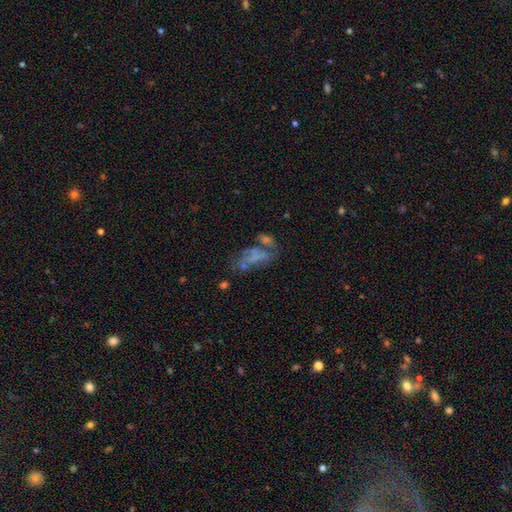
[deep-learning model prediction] smooth-or-featured: featured or disk: 41% | smooth: 40% | star or artifact: 18%
  merging: merger: 32% | none: 28% | major disturbance: 24% | minor disturbance: 16%